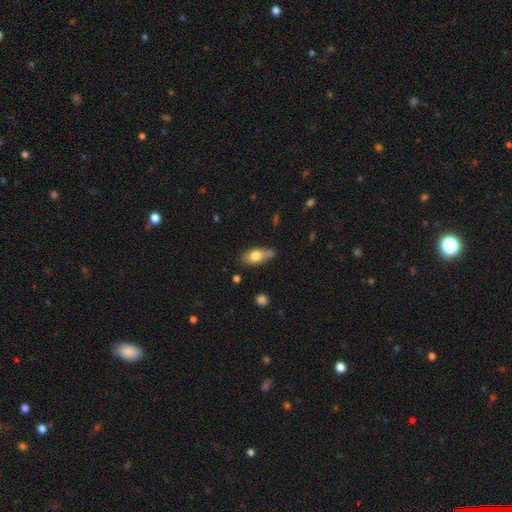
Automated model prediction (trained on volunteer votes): This is likely a smooth galaxy (72%). How rounded: clearly in between (82%). Merging: likely none (61%).